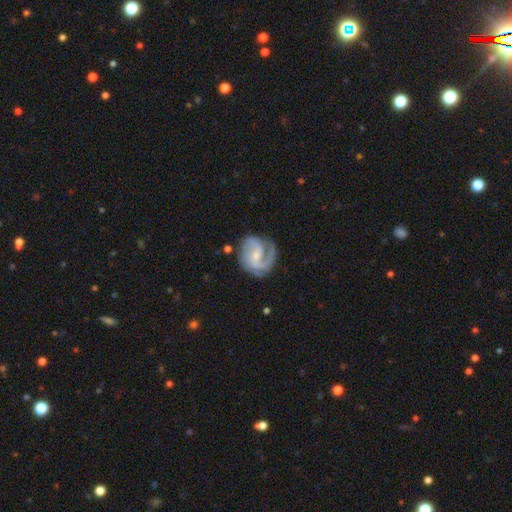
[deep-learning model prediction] Smooth or featured: featured or disk — 85% (smooth — 10%)
Edge-on disk: no — 98% (yes — 2%)
Bar: weak — 51% (no — 35%)
Spiral arms: yes — 96% (no — 4%)
Spiral winding: medium — 51% (tight — 26%)
Spiral arm count: 2 — 66% (1 — 11%)
Bulge size: small — 63% (moderate — 24%)
Merging: none — 66% (minor disturbance — 20%)